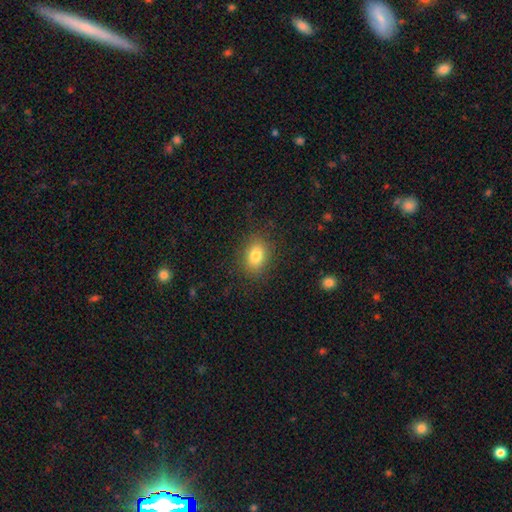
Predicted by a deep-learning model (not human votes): Q: Smooth or featured?
A: smooth (82%); runner-up: star or artifact (10%)
Q: How rounded?
A: in between (72%); runner-up: round (27%)
Q: Merging?
A: none (86%); runner-up: minor disturbance (10%)